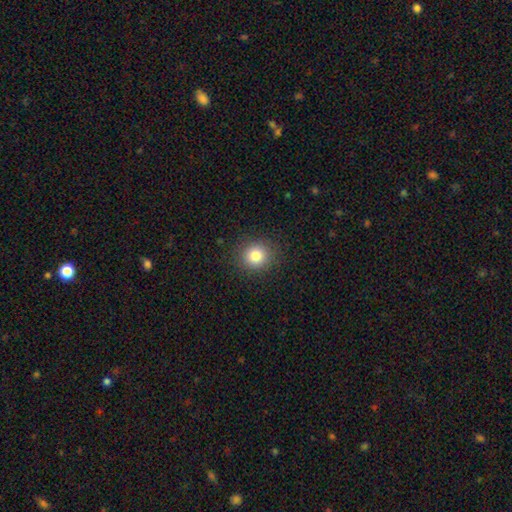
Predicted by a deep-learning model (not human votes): This appears to be a smooth galaxy with no disk features (82%) that is round (87%). Merging: none (90%).